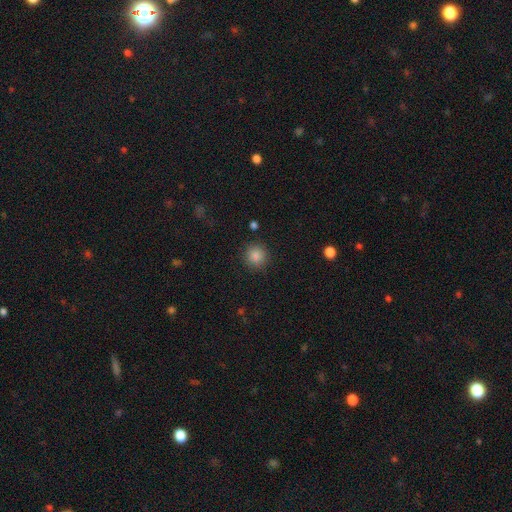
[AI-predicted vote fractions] Morphology: type=smooth (85%); roundness=round (91%); merging=none (88%).